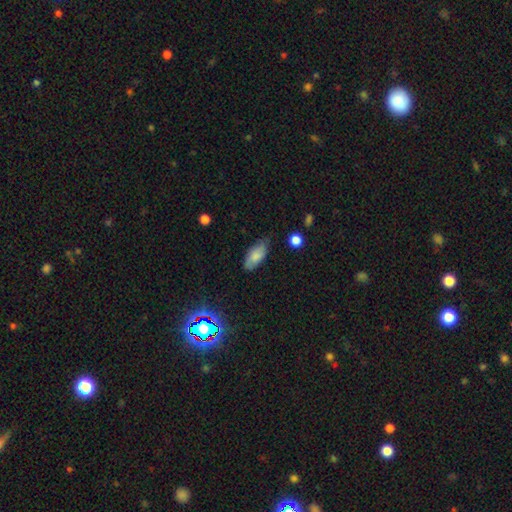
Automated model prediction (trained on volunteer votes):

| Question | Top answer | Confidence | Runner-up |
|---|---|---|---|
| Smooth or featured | smooth | 76% | featured or disk (17%) |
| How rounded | in between | 86% | cigar-shaped (12%) |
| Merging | none | 69% | minor disturbance (25%) |